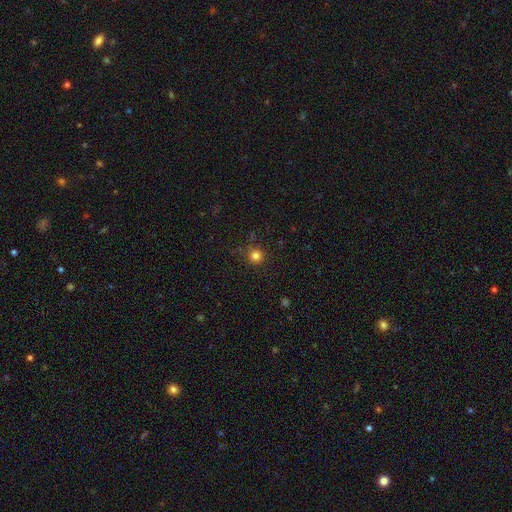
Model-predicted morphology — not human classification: The model was most divided on "smooth or featured": smooth: 80%, star or artifact: 15%, featured or disk: 5%. More confident: how rounded — round (93%); merging — none (84%).